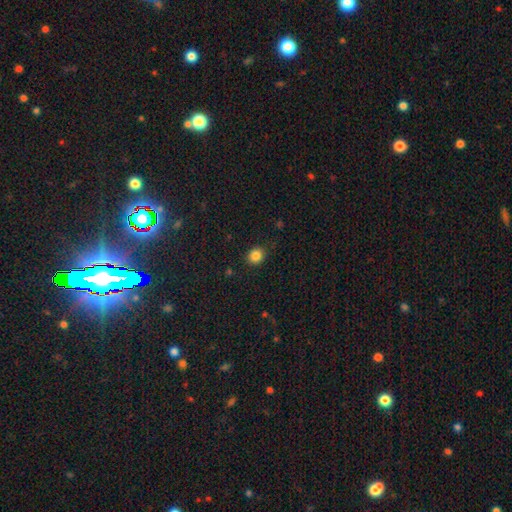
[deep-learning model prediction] Overall: smooth (85%). How rounded: round (76%). Merging: none (90%).